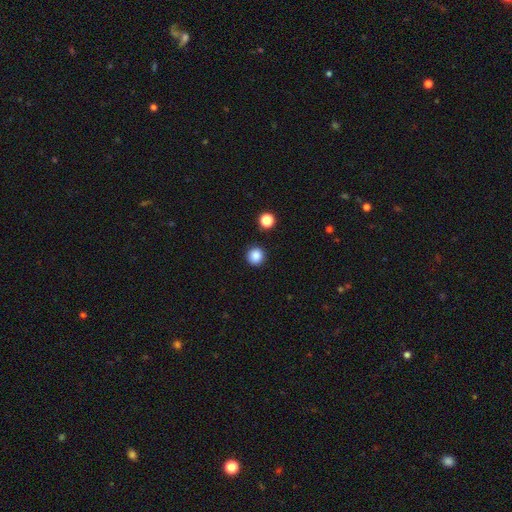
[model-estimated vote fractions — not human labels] Smooth or featured? smooth (86%)
How rounded? round (94%)
Merging? none (90%)